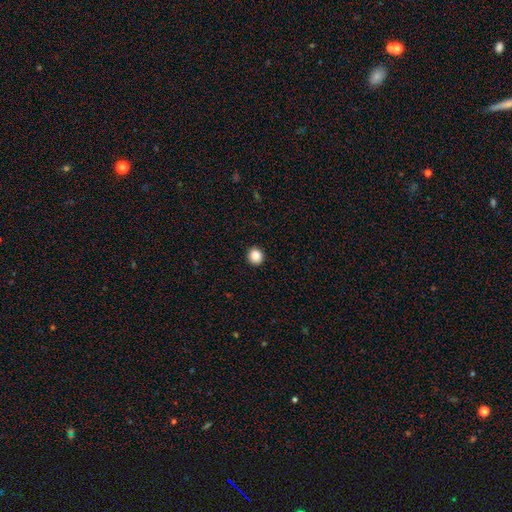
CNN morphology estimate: Smooth or featured? Predicted: smooth (p=0.88). How rounded? Predicted: round (p=0.88). Merging? Predicted: none (p=0.92).